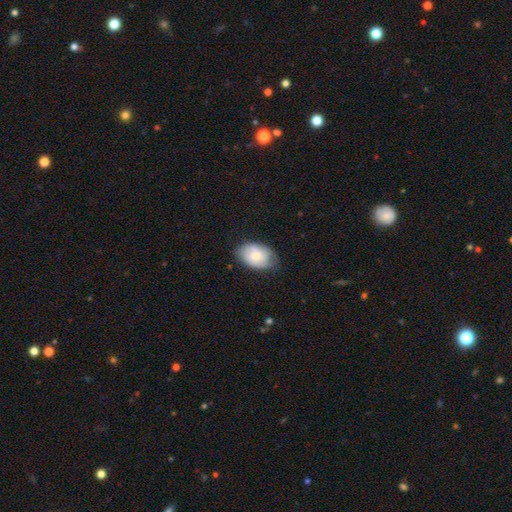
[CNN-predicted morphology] smooth 62%, featured or disk 31%, star or artifact 7%. Down the decision tree: how rounded — in between (87%); merging — none (70%).